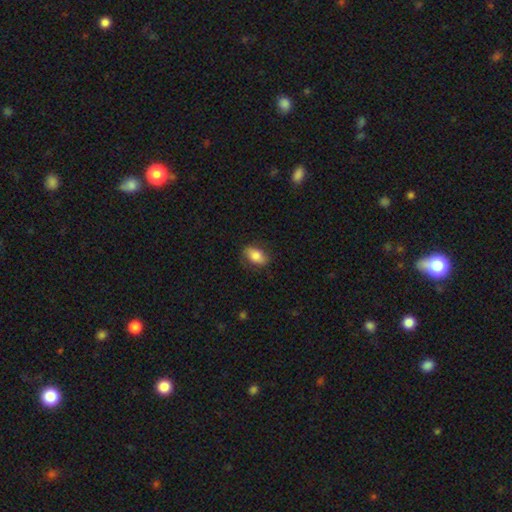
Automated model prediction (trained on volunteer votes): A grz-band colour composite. It shows a smooth galaxy with no disk features (79%) that is in between round and cigar-shaped (88%). Merging: none (76%).